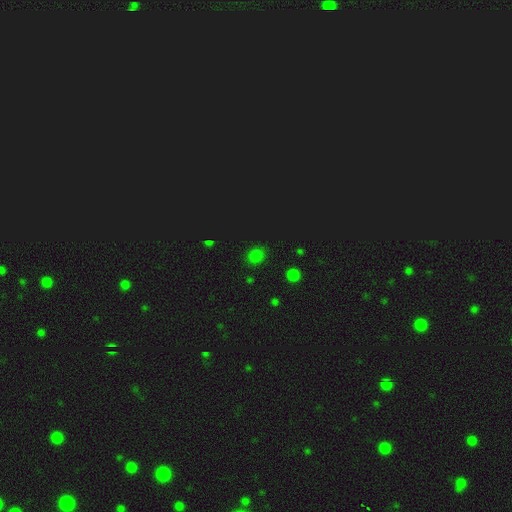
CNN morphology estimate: Smooth or featured?
  - smooth: 71% *
  - star or artifact: 25%
  - featured or disk: 4%
How rounded?
  - round: 66% *
  - in between: 33%
  - cigar-shaped: 1%
Merging?
  - none: 86% *
  - minor disturbance: 10%
  - major disturbance: 3%
  - merger: 2%